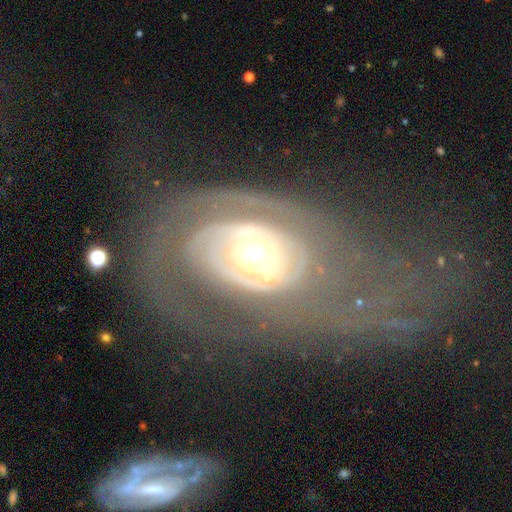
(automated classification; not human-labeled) This appears to be a featured or disk galaxy (82%) with no bar (72%), tight (63%) spiral arms (72%) and a moderate central bulge (64%). Merging: none (46%).